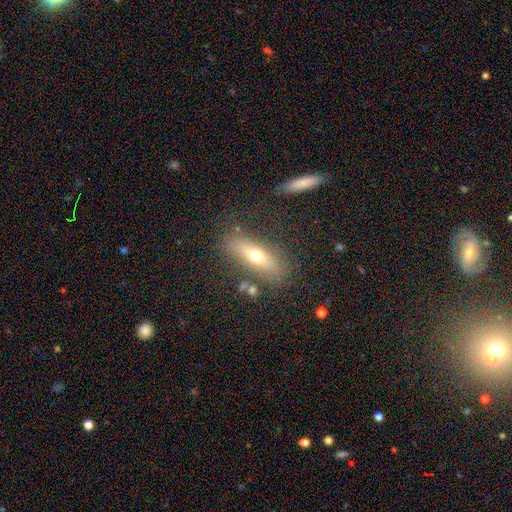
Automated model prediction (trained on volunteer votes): A smooth galaxy with no disk features (54%) that is cigar-shaped (54%). Merging: none (78%).